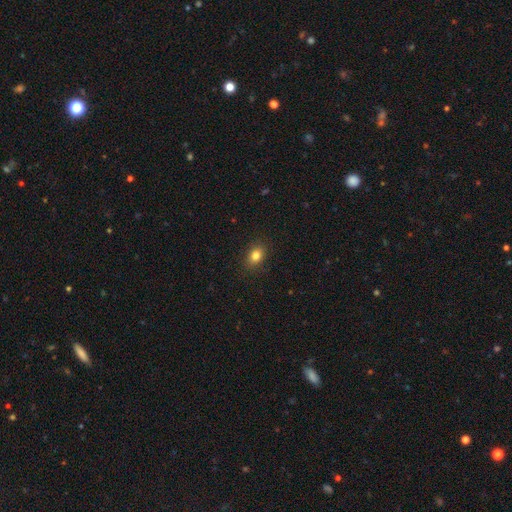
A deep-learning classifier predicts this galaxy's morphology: smooth 82%, star or artifact 11%, featured or disk 7%. Down the decision tree: how rounded — in between (62%); merging — none (88%).